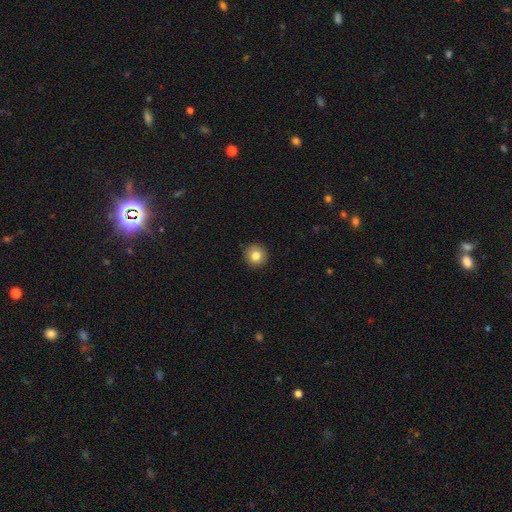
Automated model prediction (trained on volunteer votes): The model was most divided on "smooth or featured": smooth: 82%, star or artifact: 10%, featured or disk: 9%. More confident: how rounded — round (94%); merging — none (90%).